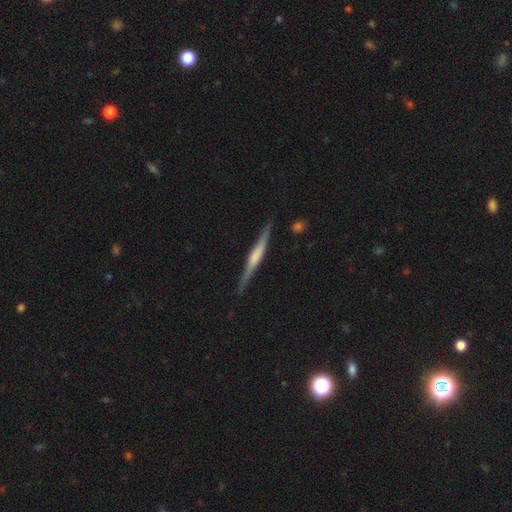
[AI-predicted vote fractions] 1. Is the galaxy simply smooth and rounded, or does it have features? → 69% featured or disk, 26% smooth, 5% star or artifact.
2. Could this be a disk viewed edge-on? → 98% yes, 2% no.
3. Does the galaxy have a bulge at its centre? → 43% rounded, 34% boxy, 23% none.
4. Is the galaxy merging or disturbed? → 88% none, 9% minor disturbance, 2% major disturbance, 1% merger.